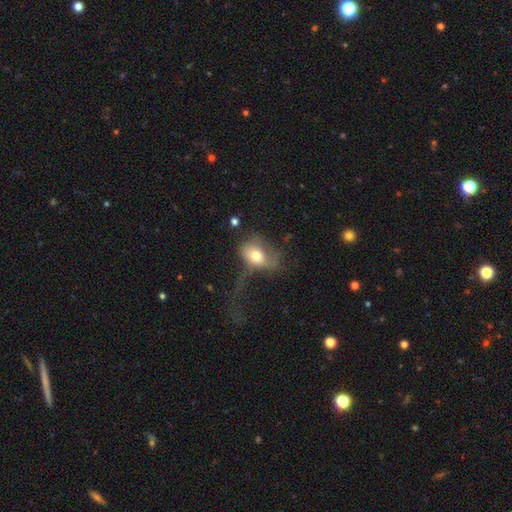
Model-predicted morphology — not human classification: The model was most divided on "merging": major disturbance: 53%, minor disturbance: 21%, none: 21%, merger: 5%. More confident: how rounded — in between (75%); smooth or featured — smooth (68%).